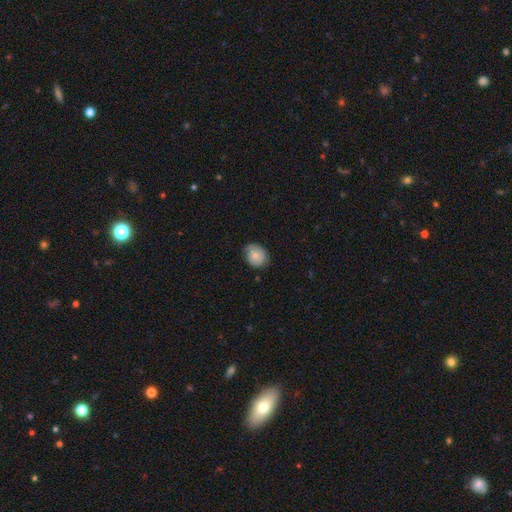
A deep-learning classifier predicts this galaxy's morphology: smooth-or-featured: smooth: 61% | featured or disk: 32% | star or artifact: 7%
  how-rounded: round: 60% | in between: 39% | cigar-shaped: 1%
  merging: none: 66% | minor disturbance: 26% | major disturbance: 6% | merger: 1%